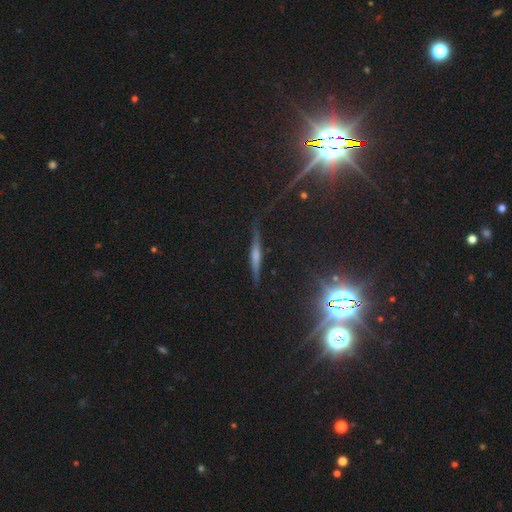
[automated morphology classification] featured or disk 57%, star or artifact 22%, smooth 21%. Down the decision tree: edge-on disk — yes (95%); edge-on bulge — rounded (61%); merging — none (83%).